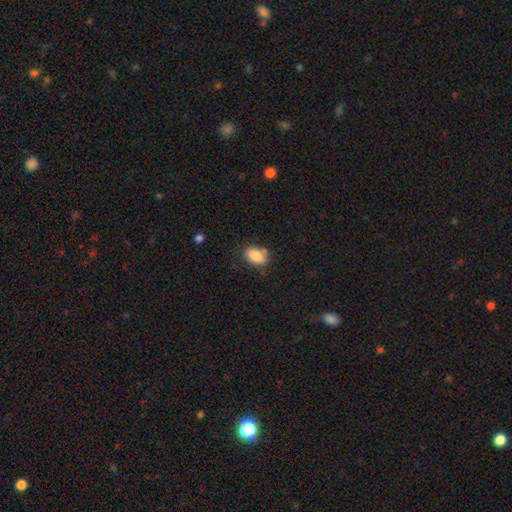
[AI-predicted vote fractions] A smooth galaxy with no disk features (87%) that is in between round and cigar-shaped (88%). Merging: none (77%).